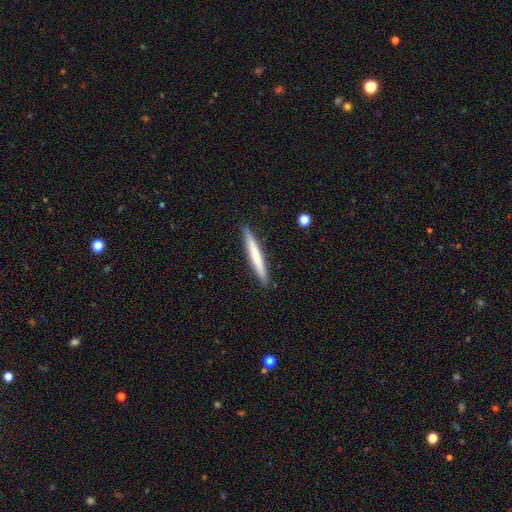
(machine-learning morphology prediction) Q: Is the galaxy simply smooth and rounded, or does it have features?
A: smooth — 60%.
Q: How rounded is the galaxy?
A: cigar-shaped — 96%.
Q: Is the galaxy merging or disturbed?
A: none — 91%.